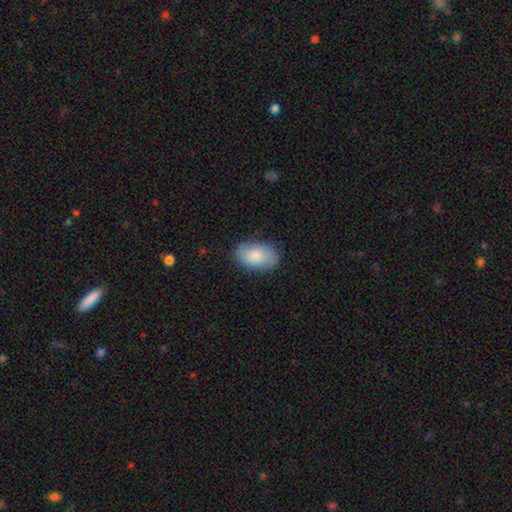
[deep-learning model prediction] smooth-or-featured: smooth: 79% | featured or disk: 15% | star or artifact: 6%
  how-rounded: in between: 92% | round: 7% | cigar-shaped: 1%
  merging: none: 83% | minor disturbance: 13% | major disturbance: 3% | merger: 1%